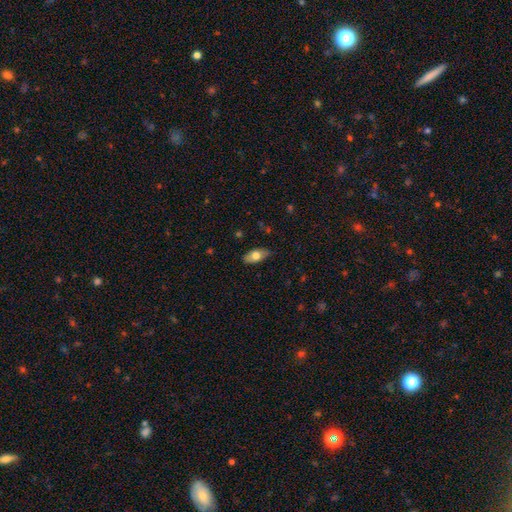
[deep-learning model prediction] Smooth or featured? Predicted: smooth (p=0.70). How rounded? Predicted: in between (p=0.88). Merging? Predicted: none (p=0.80).